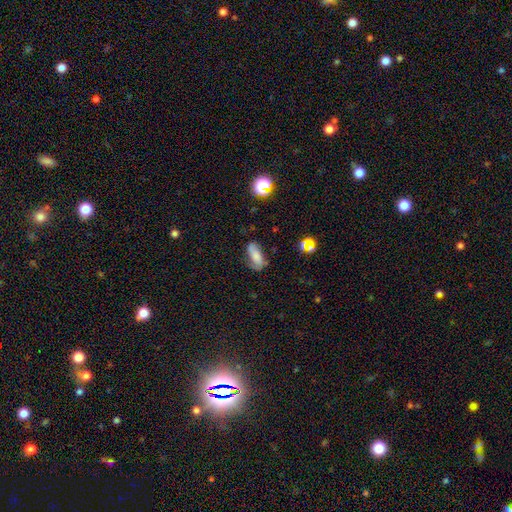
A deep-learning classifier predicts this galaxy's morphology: The model was most divided on "merging": none: 57%, minor disturbance: 29%, major disturbance: 11%, merger: 3%. More confident: how rounded — in between (79%); smooth or featured — smooth (66%).